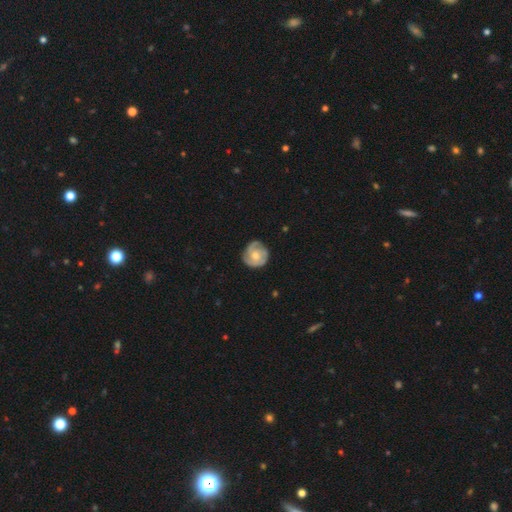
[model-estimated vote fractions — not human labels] featured or disk 68%, smooth 27%, star or artifact 5%. Down the decision tree: edge-on disk — no (98%); bar — no (76%); spiral arms — yes (91%); spiral arm count — 3 (37%); spiral winding — tight (59%); bulge size — moderate (61%); merging — none (75%).